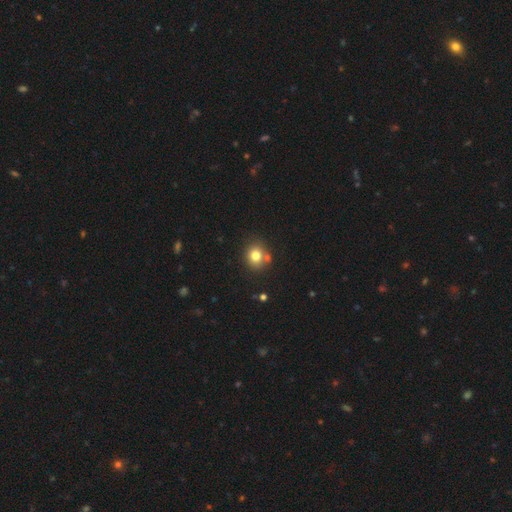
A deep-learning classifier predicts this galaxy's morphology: type=smooth (79%); roundness=round (77%); merging=none (74%).